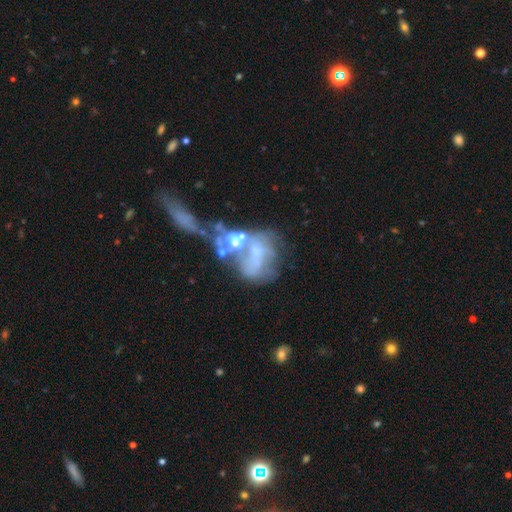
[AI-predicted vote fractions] Smooth or featured: featured or disk — 59% (smooth — 22%)
Edge-on disk: no — 97% (yes — 3%)
Bar: no — 83% (weak — 11%)
Spiral arms: no — 81% (yes — 19%)
Bulge size: none — 45% (moderate — 26%)
Merging: merger — 50% (major disturbance — 28%)